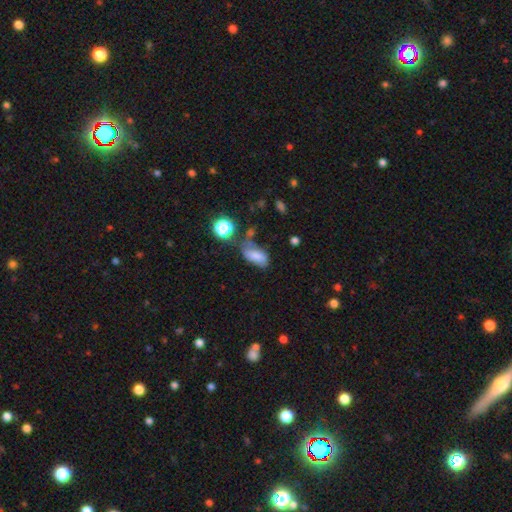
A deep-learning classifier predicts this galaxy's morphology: Smooth or featured: smooth — 73% (star or artifact — 14%)
How rounded: in between — 89% (round — 7%)
Merging: none — 40% (minor disturbance — 29%)